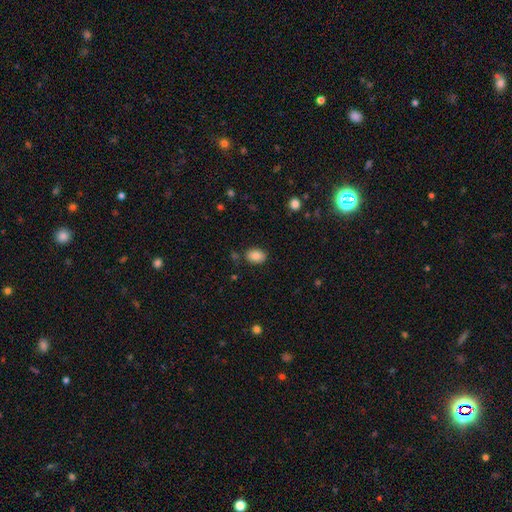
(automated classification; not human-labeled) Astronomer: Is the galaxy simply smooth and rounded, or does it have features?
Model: smooth — 84%.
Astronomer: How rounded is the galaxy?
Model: in between — 73%.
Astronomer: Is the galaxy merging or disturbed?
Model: none — 83%.